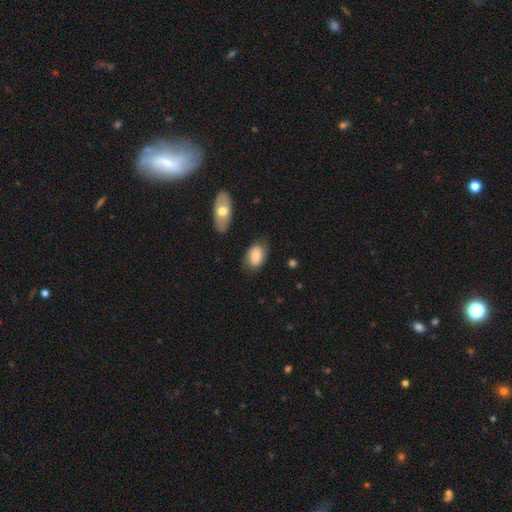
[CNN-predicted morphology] This appears to be a smooth galaxy with no disk features (69%) that is in between round and cigar-shaped (88%). Merging: none (71%).